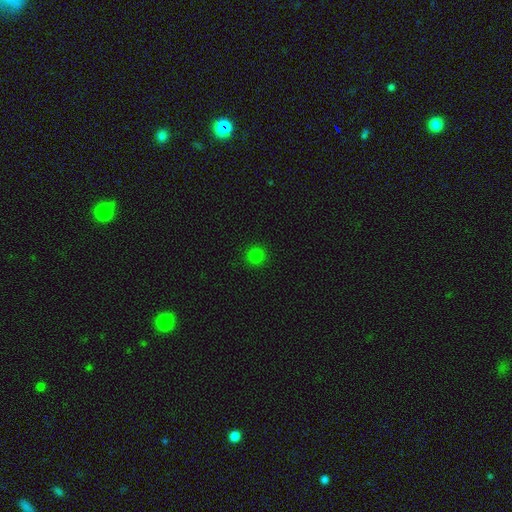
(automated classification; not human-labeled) Q: Smooth or featured?
A: smooth (81%); runner-up: star or artifact (15%)
Q: How rounded?
A: round (93%); runner-up: in between (6%)
Q: Merging?
A: none (92%); runner-up: minor disturbance (5%)